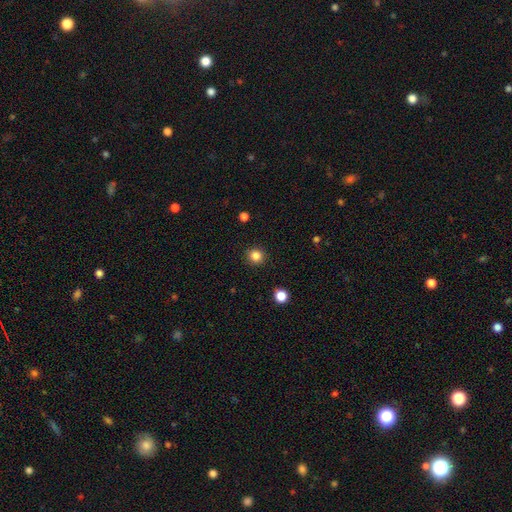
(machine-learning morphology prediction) Q: Smooth or featured?
A: smooth (84%); runner-up: star or artifact (12%)
Q: How rounded?
A: round (92%); runner-up: in between (7%)
Q: Merging?
A: none (92%); runner-up: minor disturbance (5%)